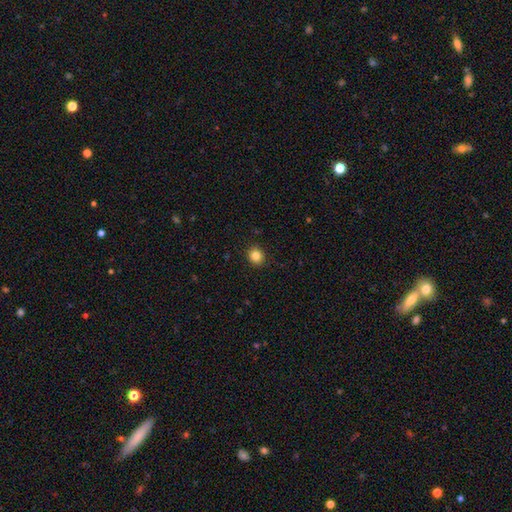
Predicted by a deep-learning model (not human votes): This is clearly a smooth galaxy (84%). How rounded: clearly round (84%). Merging: clearly none (90%).